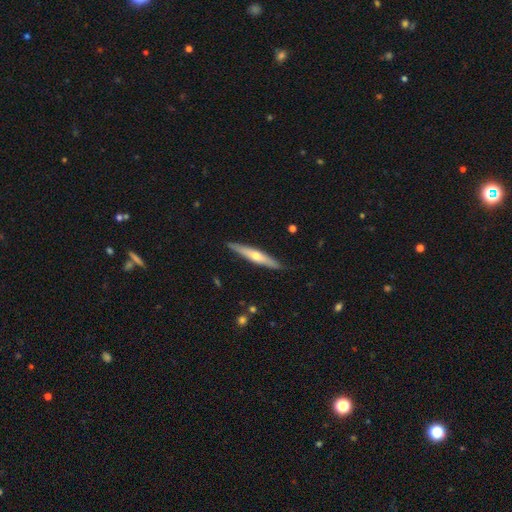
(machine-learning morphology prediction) Smooth or featured: featured or disk — 57% (smooth — 38%)
Edge-on disk: yes — 93% (no — 7%)
Edge-on bulge: rounded — 85% (none — 13%)
Merging: none — 89% (minor disturbance — 9%)